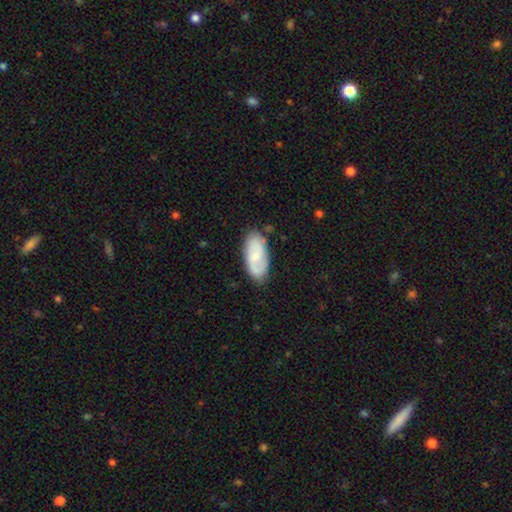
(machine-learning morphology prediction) featured or disk 48%, smooth 46%, star or artifact 6%. Down the decision tree: merging — none (78%).